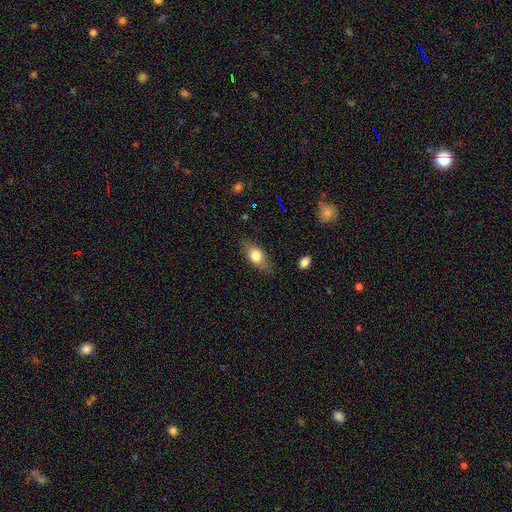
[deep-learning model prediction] A smooth galaxy with no disk features (69%) that is in between round and cigar-shaped (77%).

Vote fractions:
- Smooth or featured? smooth: 69% / featured or disk: 23% / star or artifact: 8%
- How rounded? in between: 77% / cigar-shaped: 12% / round: 11%
- Merging? none: 78% / minor disturbance: 17% / major disturbance: 4% / merger: 1%